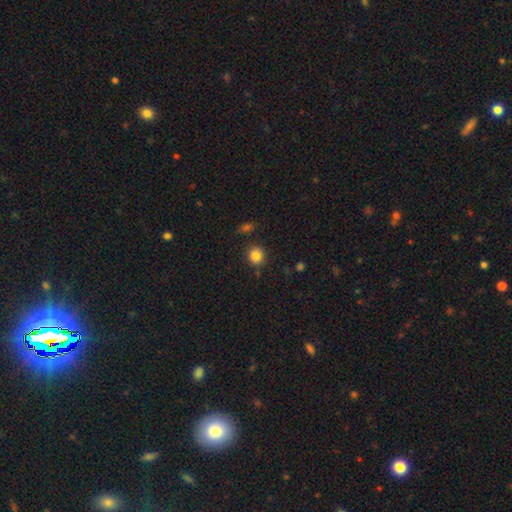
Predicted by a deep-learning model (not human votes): smooth_or_featured: smooth (p=0.85) [alt: star or artifact p=0.11]
how_rounded: round (p=0.90) [alt: in between p=0.09]
merging: none (p=0.85) [alt: minor disturbance p=0.09]